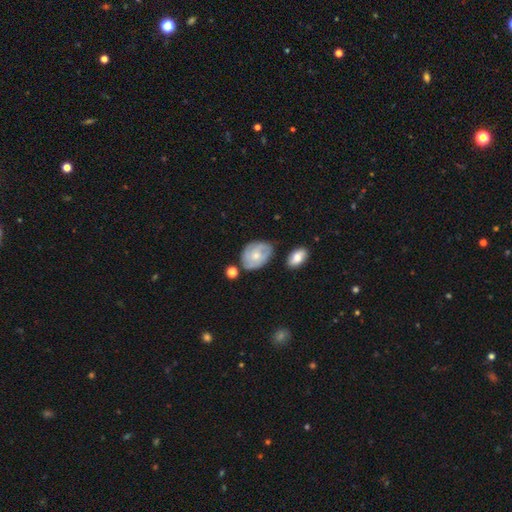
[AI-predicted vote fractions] Smooth or featured: featured or disk — 54% (smooth — 40%)
Edge-on disk: no — 96% (yes — 4%)
Bar: no — 79% (weak — 19%)
Spiral arms: yes — 74% (no — 26%)
Bulge size: small — 47% (moderate — 46%)
Merging: none — 64% (minor disturbance — 23%)